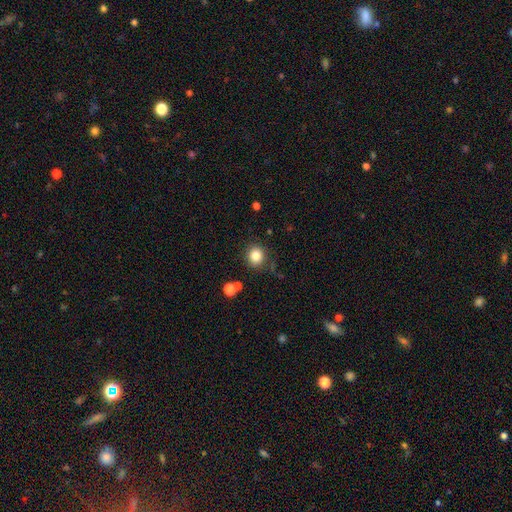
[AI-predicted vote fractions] The model was most divided on "how rounded": round: 84%, in between: 16%, cigar-shaped: 1%. More confident: merging — none (83%); smooth or featured — smooth (83%).